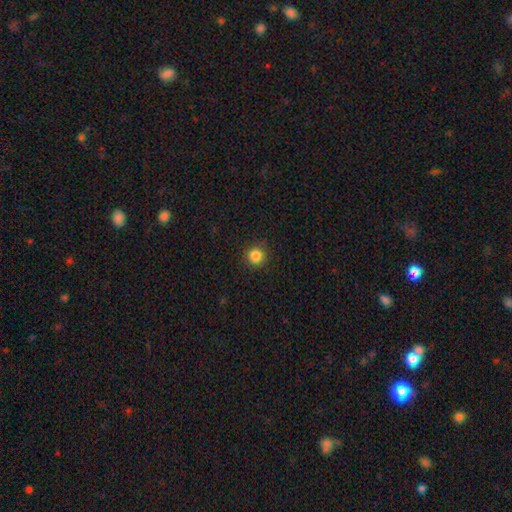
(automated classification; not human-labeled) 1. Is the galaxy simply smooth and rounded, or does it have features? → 85% smooth, 11% star or artifact, 4% featured or disk.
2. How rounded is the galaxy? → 94% round, 5% in between, 1% cigar-shaped.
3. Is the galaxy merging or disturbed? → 91% none, 6% minor disturbance, 2% major disturbance, 1% merger.